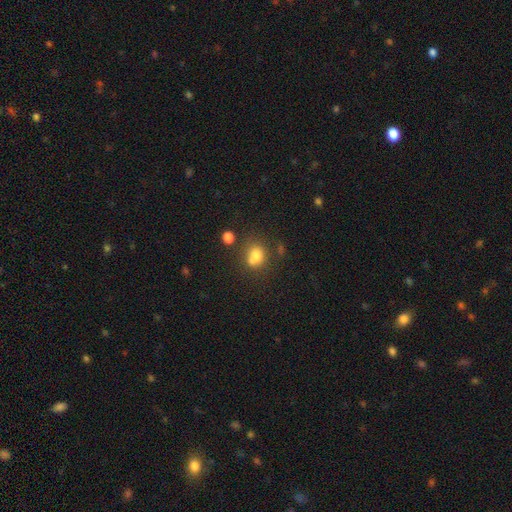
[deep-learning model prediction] Smooth or featured? smooth (74%)
How rounded? round (66%)
Merging? none (43%)